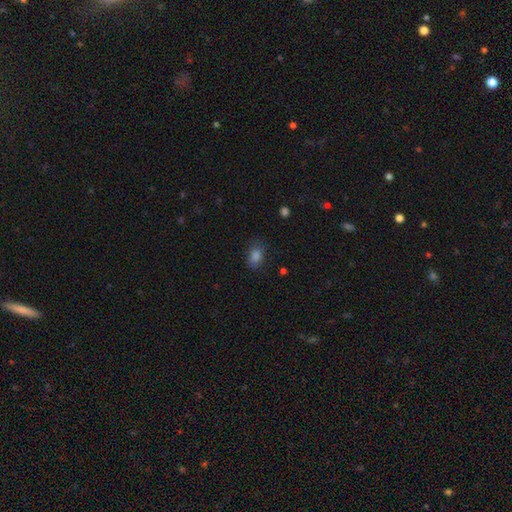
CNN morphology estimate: A smooth galaxy with no disk features (78%) that is in between round and cigar-shaped (75%).

Vote fractions:
- Smooth or featured? smooth: 78% / star or artifact: 15% / featured or disk: 7%
- How rounded? in between: 75% / round: 23% / cigar-shaped: 2%
- Merging? none: 76% / minor disturbance: 17% / major disturbance: 6% / merger: 1%